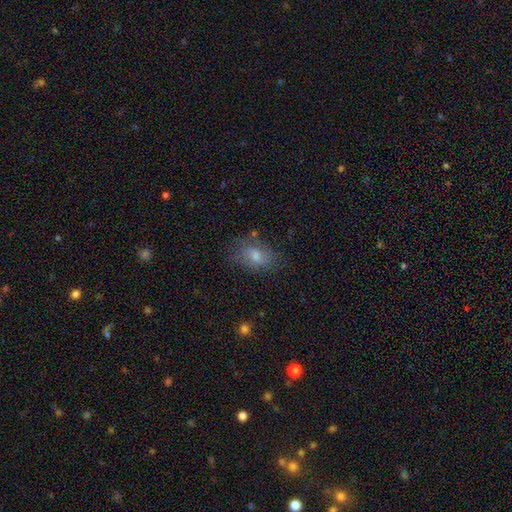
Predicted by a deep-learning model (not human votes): A smooth galaxy with no disk features (61%) that is in between round and cigar-shaped (82%).

Vote fractions:
- Smooth or featured? smooth: 61% / featured or disk: 25% / star or artifact: 14%
- How rounded? in between: 82% / round: 16% / cigar-shaped: 2%
- Merging? none: 72% / minor disturbance: 20% / major disturbance: 7% / merger: 2%